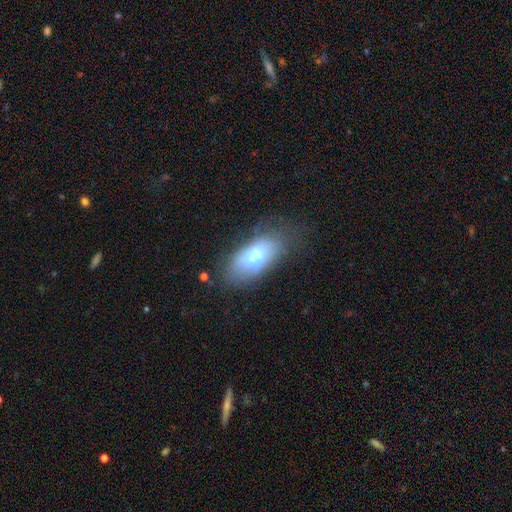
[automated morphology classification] A smooth galaxy with no disk features (57%) that is in between round and cigar-shaped (87%).

Vote fractions:
- Smooth or featured? smooth: 57% / featured or disk: 32% / star or artifact: 11%
- How rounded? in between: 87% / round: 7% / cigar-shaped: 6%
- Merging? none: 43% / merger: 22% / minor disturbance: 20% / major disturbance: 15%